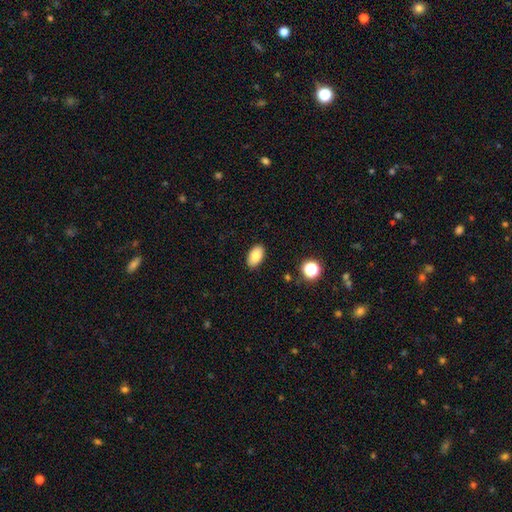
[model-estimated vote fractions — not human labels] A smooth galaxy with no disk features (83%) that is in between round and cigar-shaped (93%). Merging: none (88%).